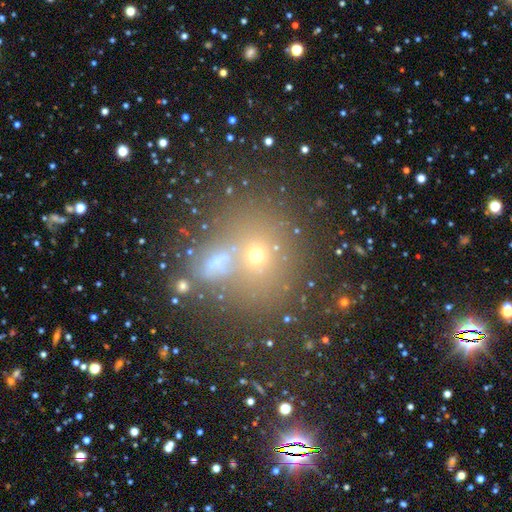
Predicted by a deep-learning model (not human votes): This appears to be a smooth galaxy with no disk features (50%). Merging: none (53%).